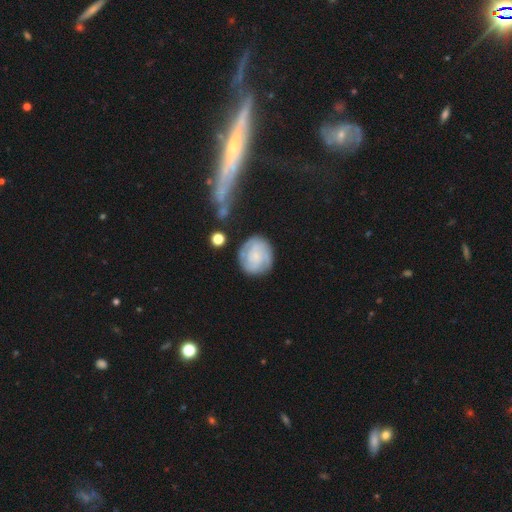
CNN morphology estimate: Smooth or featured: featured or disk — 61% (smooth — 32%)
Edge-on disk: no — 98% (yes — 2%)
Bar: no — 71% (weak — 24%)
Spiral arms: yes — 88% (no — 12%)
Spiral winding: tight — 63% (medium — 28%)
Spiral arm count: can't tell — 33% (3 — 27%)
Bulge size: small — 53% (none — 25%)
Merging: none — 74% (minor disturbance — 16%)